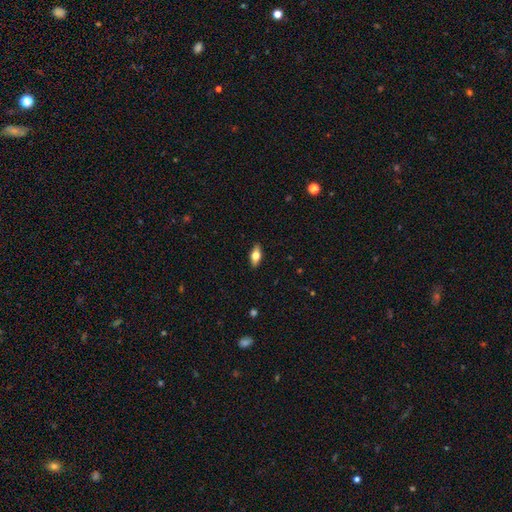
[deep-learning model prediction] Smooth or featured? smooth (61%)
How rounded? in between (80%)
Merging? none (89%)